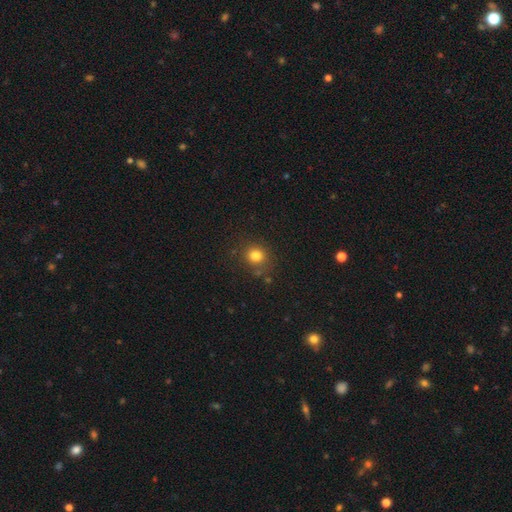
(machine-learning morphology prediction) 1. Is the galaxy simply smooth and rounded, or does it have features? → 81% smooth, 13% star or artifact, 6% featured or disk.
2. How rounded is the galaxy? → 84% round, 15% in between, 1% cigar-shaped.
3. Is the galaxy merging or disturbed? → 81% none, 11% minor disturbance, 4% major disturbance, 4% merger.